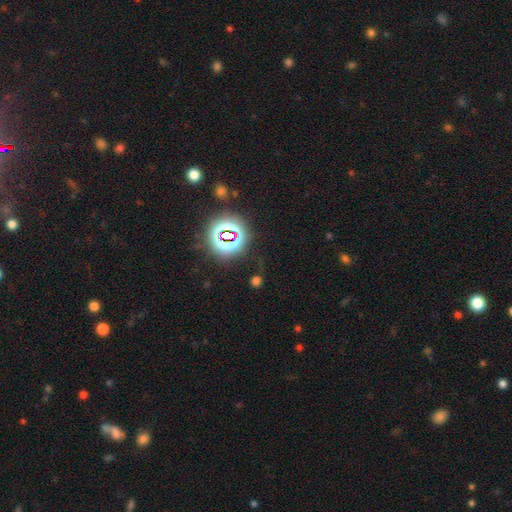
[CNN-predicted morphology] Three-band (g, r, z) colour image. It shows a star or artifact, not a galaxy (80%).